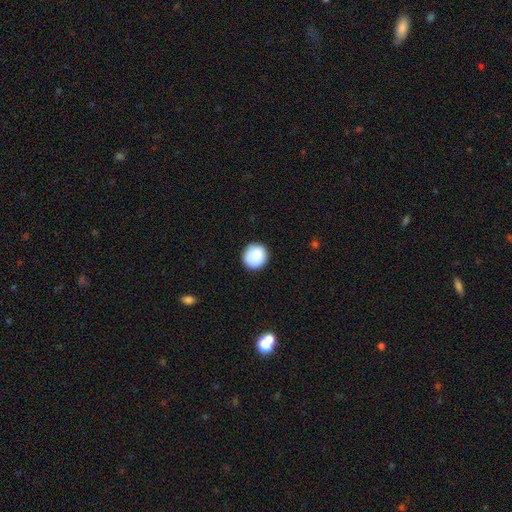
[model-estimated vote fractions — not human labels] Morphology: type=smooth (86%); roundness=round (90%); merging=none (86%).